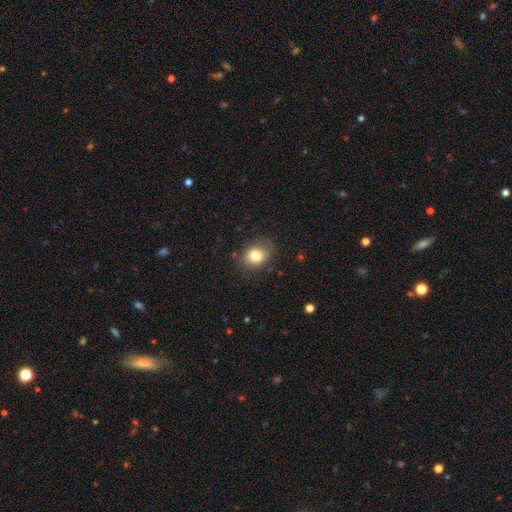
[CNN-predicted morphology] A smooth galaxy with no disk features (80%) that is round (53%). Merging: none (81%).